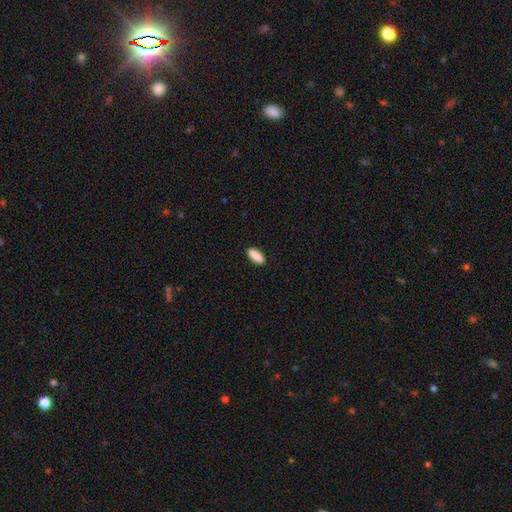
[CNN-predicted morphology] smooth 89%, star or artifact 6%, featured or disk 5%. Down the decision tree: how rounded — in between (58%); merging — none (90%).